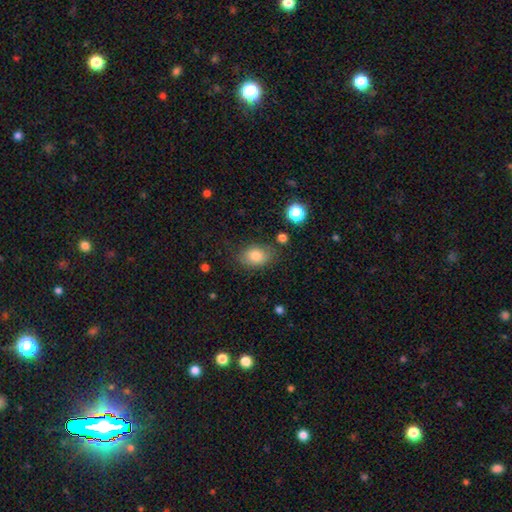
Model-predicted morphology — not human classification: Q: Smooth or featured?
A: smooth (80%); runner-up: featured or disk (10%)
Q: How rounded?
A: in between (75%); runner-up: round (24%)
Q: Merging?
A: none (75%); runner-up: minor disturbance (17%)